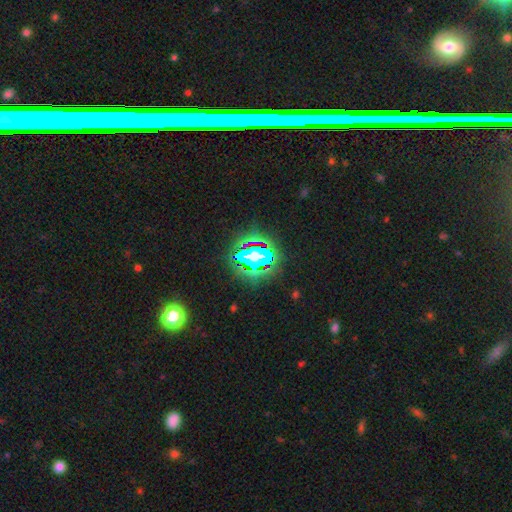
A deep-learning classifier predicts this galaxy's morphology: type=star or artifact (58%).